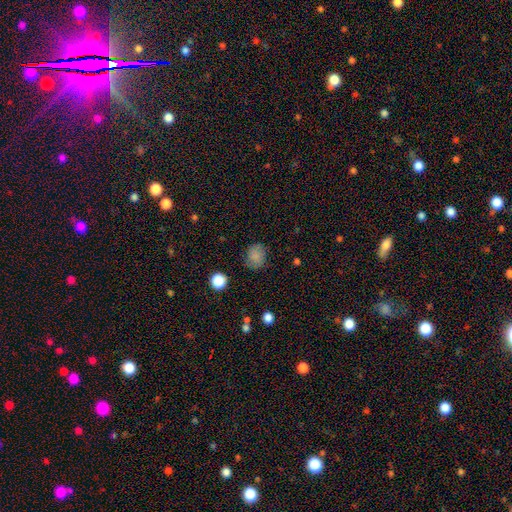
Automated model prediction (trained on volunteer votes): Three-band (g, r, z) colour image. It shows a smooth galaxy with no disk features (81%) that is round (71%). Merging: none (78%).